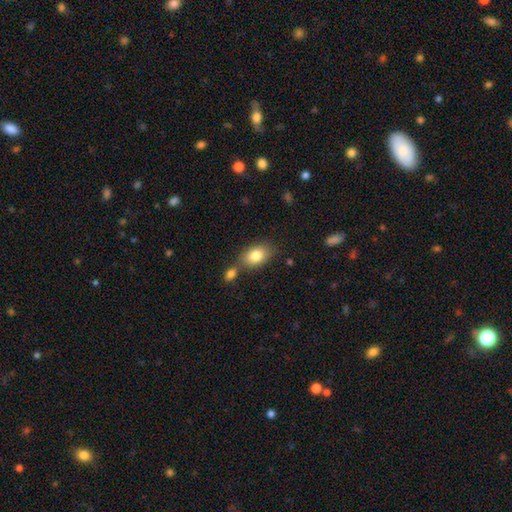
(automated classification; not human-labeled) A smooth galaxy with no disk features (82%) that is in between round and cigar-shaped (85%). Merging: none (59%).